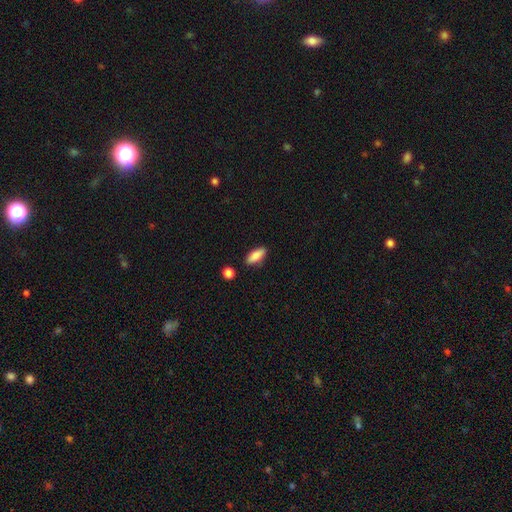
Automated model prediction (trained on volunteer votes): Smooth or featured? Predicted: smooth (p=0.84). How rounded? Predicted: in between (p=0.74). Merging? Predicted: none (p=0.85).